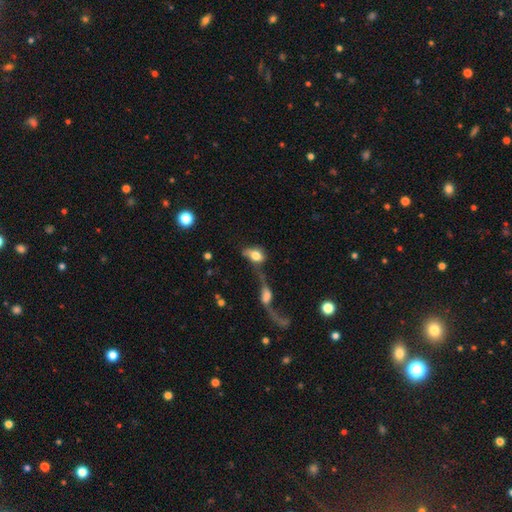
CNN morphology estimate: A smooth galaxy with no disk features (64%) that is in between round and cigar-shaped (81%). Merging: merger (53%).